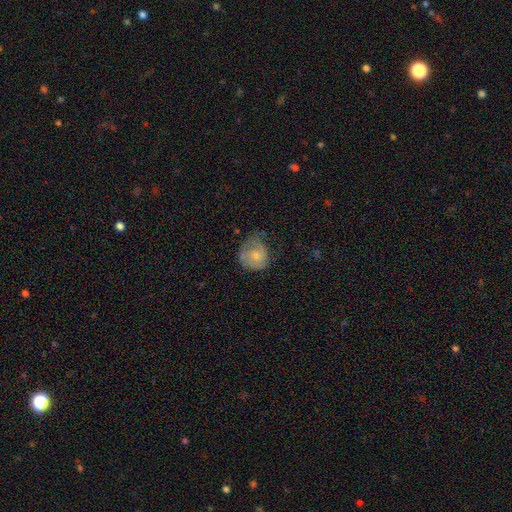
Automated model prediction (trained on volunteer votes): The model was most divided on "merging": none: 40%, minor disturbance: 35%, major disturbance: 23%, merger: 2%. More confident: how rounded — round (76%); smooth or featured — smooth (59%).